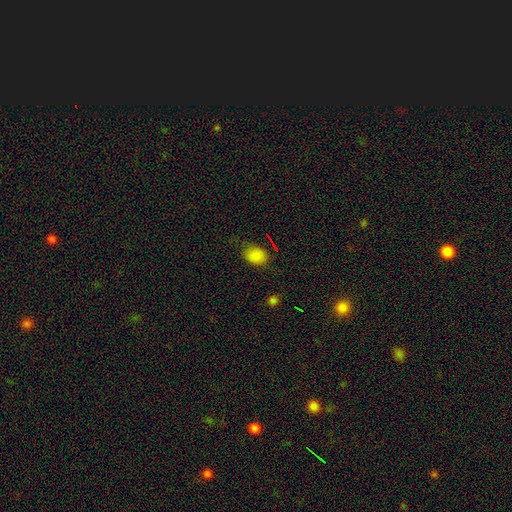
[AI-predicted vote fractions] Smooth or featured: smooth — 81% (star or artifact — 14%)
How rounded: in between — 69% (round — 30%)
Merging: none — 71% (minor disturbance — 21%)